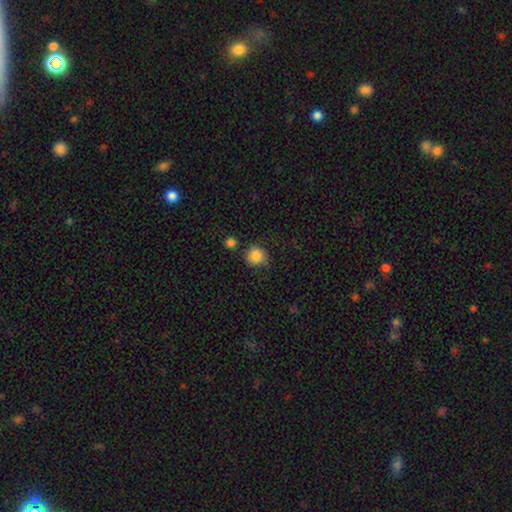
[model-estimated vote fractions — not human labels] Overall: smooth (86%). How rounded: round (89%). Merging: none (75%).